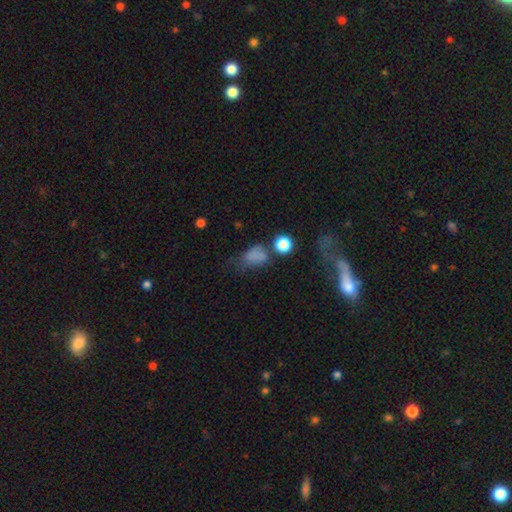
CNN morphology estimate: type=smooth (70%); roundness=in between (62%); merging=none (37%).